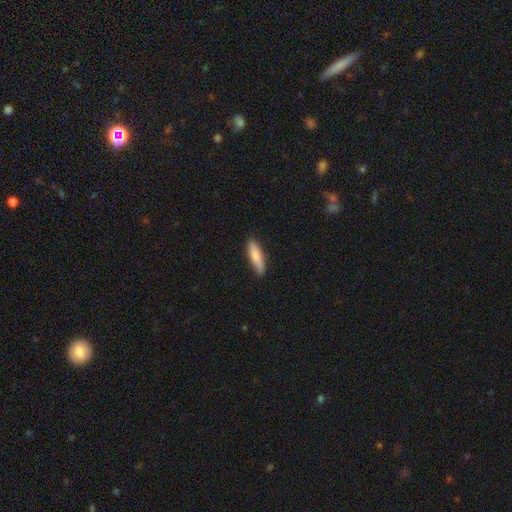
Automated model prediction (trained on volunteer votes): Smooth or featured? Predicted: smooth (p=0.82). How rounded? Predicted: cigar-shaped (p=0.70). Merging? Predicted: none (p=0.85).